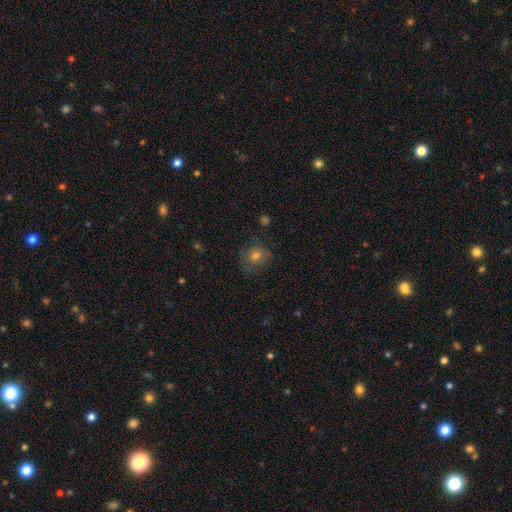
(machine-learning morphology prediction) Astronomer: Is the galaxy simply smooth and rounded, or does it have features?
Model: smooth — 65%.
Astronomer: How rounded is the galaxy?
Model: round — 74%.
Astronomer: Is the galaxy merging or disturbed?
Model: none — 71%.